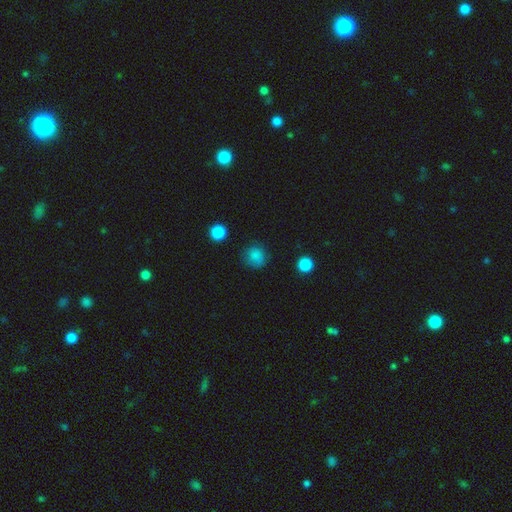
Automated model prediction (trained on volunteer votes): This appears to be a smooth galaxy with no disk features (83%) that is round (88%). Merging: none (77%).